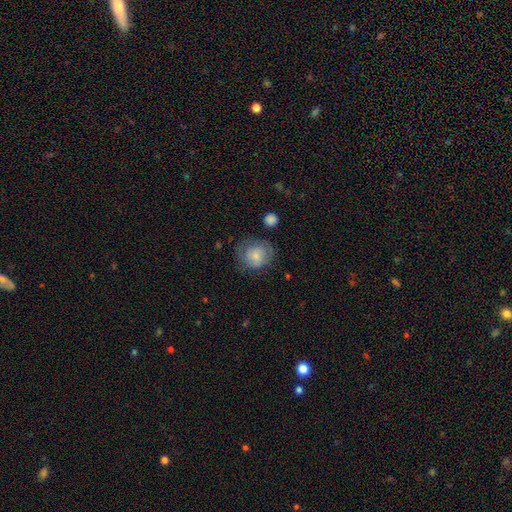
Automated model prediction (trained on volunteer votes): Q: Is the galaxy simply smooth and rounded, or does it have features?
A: smooth — 68%.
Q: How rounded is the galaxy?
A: round — 76%.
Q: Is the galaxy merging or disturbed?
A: none — 57%.